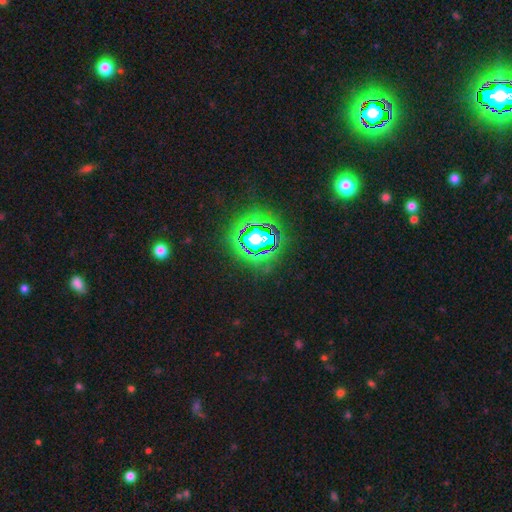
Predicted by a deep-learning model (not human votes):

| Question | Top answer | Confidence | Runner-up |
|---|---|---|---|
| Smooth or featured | star or artifact | 82% | smooth (11%) |